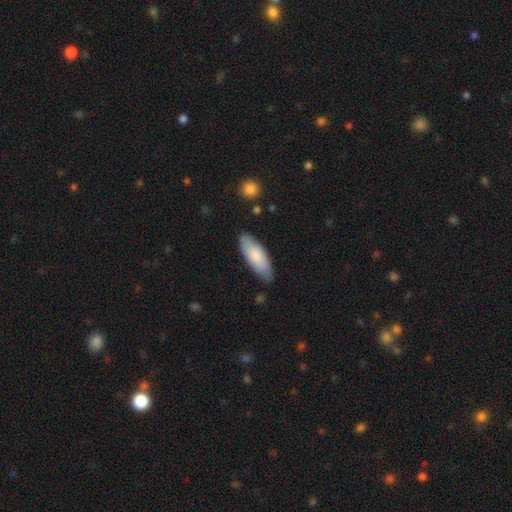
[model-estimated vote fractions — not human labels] smooth-or-featured: smooth: 80% | featured or disk: 15% | star or artifact: 5%
  how-rounded: in between: 71% | cigar-shaped: 28% | round: 2%
  merging: none: 75% | minor disturbance: 20% | major disturbance: 3% | merger: 2%